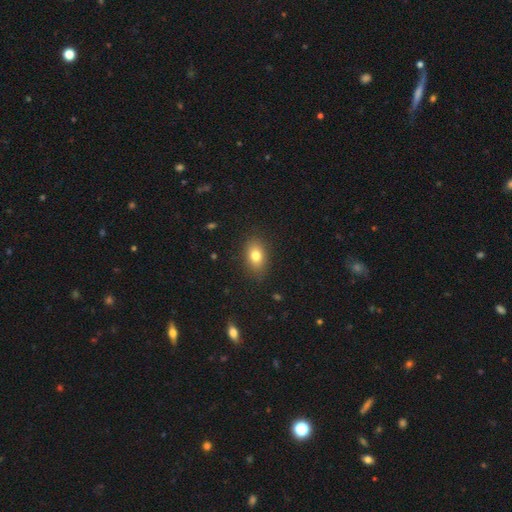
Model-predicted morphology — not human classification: Smooth or featured: smooth — 78% (featured or disk — 12%)
How rounded: in between — 82% (round — 15%)
Merging: none — 86% (minor disturbance — 10%)